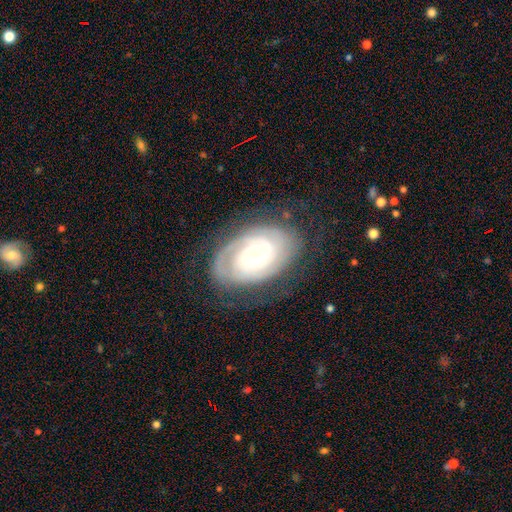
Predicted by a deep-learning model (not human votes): A featured or disk galaxy (86%) with no bar (54%), 2 (47%) tight (68%) spiral arms (96%) and a moderate central bulge (61%).

Vote fractions:
- Smooth or featured? featured or disk: 86% / smooth: 9% / star or artifact: 5%
- Edge-on disk? no: 96% / yes: 4%
- Bar? no: 54% / weak: 37% / strong: 9%
- Spiral arms? yes: 96% / no: 4%
- Spiral winding? tight: 68% / medium: 26% / loose: 6%
- Spiral arm count? 2: 47% / can't tell: 23% / 3: 16% / 1: 7% / 4: 4% / more than 4: 3%
- Bulge size? moderate: 61% / small: 28% / large: 9% / none: 1% / dominant: 1%
- Merging? none: 74% / minor disturbance: 17% / major disturbance: 8% / merger: 1%